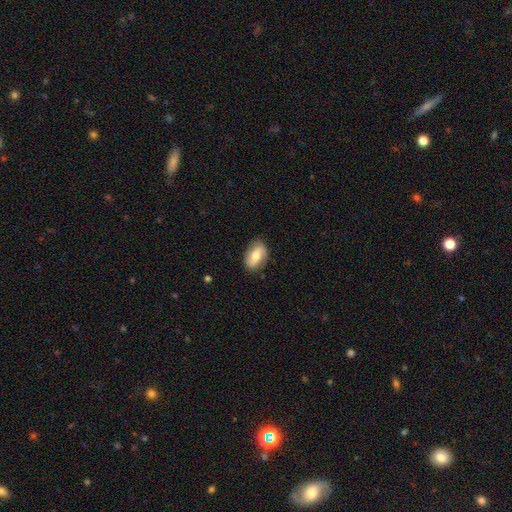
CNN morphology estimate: smooth 59%, featured or disk 35%, star or artifact 7%. Down the decision tree: how rounded — in between (89%); merging — none (80%).